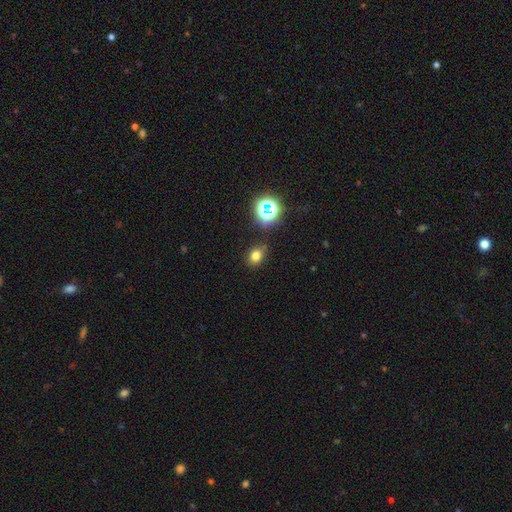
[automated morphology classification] A smooth galaxy with no disk features (73%) that is round (50%). Merging: none (77%).